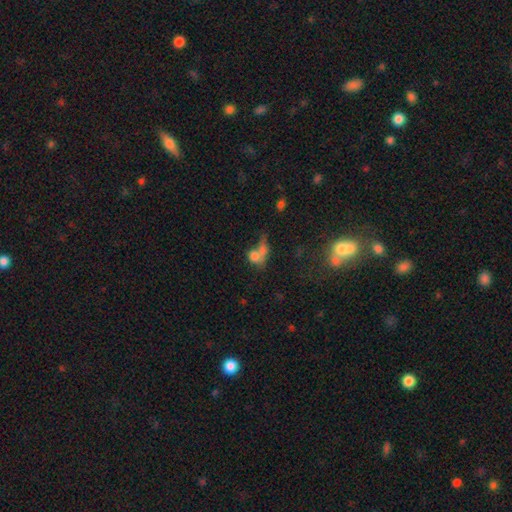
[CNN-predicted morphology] Smooth or featured: smooth — 69% (featured or disk — 17%)
How rounded: in between — 50% (round — 45%)
Merging: merger — 52% (none — 24%)